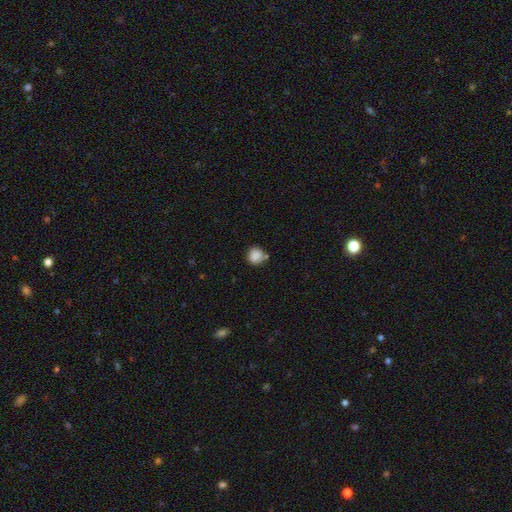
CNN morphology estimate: smooth_or_featured: smooth (p=0.87) [alt: star or artifact p=0.09]
how_rounded: round (p=0.87) [alt: in between p=0.12]
merging: none (p=0.73) [alt: minor disturbance p=0.15]